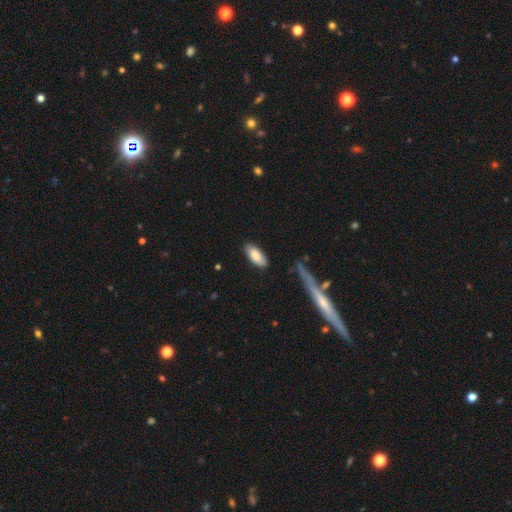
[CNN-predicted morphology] Smooth or featured?
  - smooth: 84% *
  - featured or disk: 10%
  - star or artifact: 6%
How rounded?
  - in between: 89% *
  - cigar-shaped: 9%
  - round: 2%
Merging?
  - none: 82% *
  - minor disturbance: 13%
  - major disturbance: 3%
  - merger: 2%